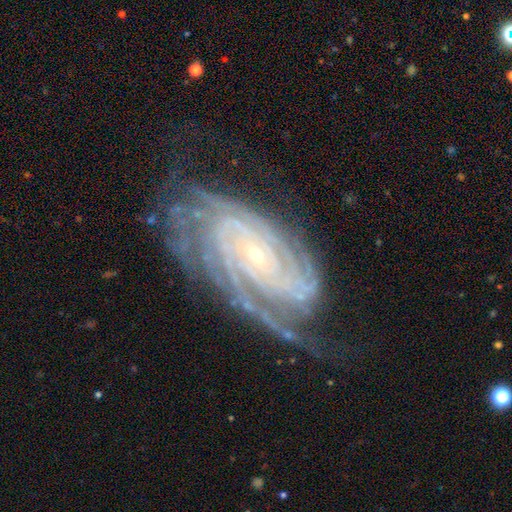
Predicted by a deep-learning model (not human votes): A featured or disk galaxy (90%) with no bar (66%), 4 (23%) tight (77%) spiral arms (98%) and a small central bulge (85%).

Vote fractions:
- Smooth or featured? featured or disk: 90% / star or artifact: 6% / smooth: 4%
- Edge-on disk? no: 95% / yes: 5%
- Bar? no: 66% / weak: 23% / strong: 11%
- Spiral arms? yes: 98% / no: 2%
- Spiral winding? tight: 77% / medium: 20% / loose: 3%
- Spiral arm count? 4: 23% / can't tell: 21% / 2: 18% / 3: 17% / more than 4: 13% / 1: 7%
- Bulge size? small: 85% / moderate: 11% / none: 2% / large: 1% / dominant: 1%
- Merging? none: 66% / minor disturbance: 21% / major disturbance: 11% / merger: 2%